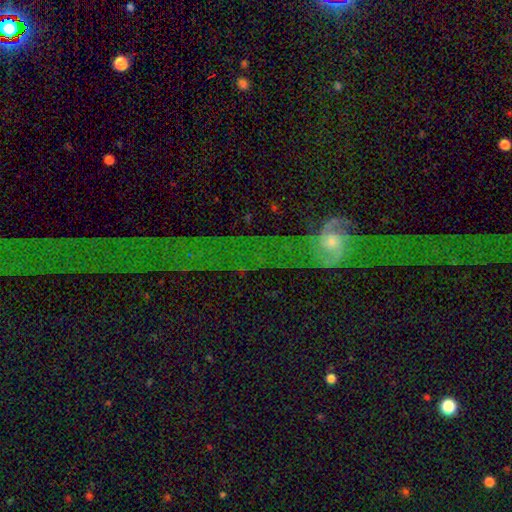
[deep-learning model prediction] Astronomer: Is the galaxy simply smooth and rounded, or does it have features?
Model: featured or disk — 47% (runner-up: star or artifact, 36%).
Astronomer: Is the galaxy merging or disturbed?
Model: none — 51%.